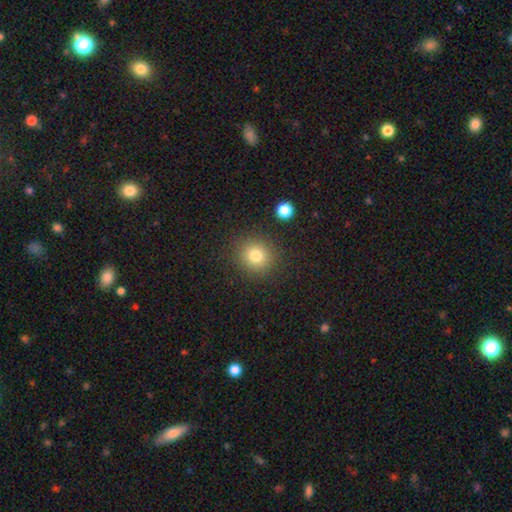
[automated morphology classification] A smooth galaxy with no disk features (79%) that is round (88%).

Vote fractions:
- Smooth or featured? smooth: 79% / star or artifact: 13% / featured or disk: 8%
- How rounded? round: 88% / in between: 11% / cigar-shaped: 1%
- Merging? none: 88% / minor disturbance: 7% / major disturbance: 3% / merger: 2%